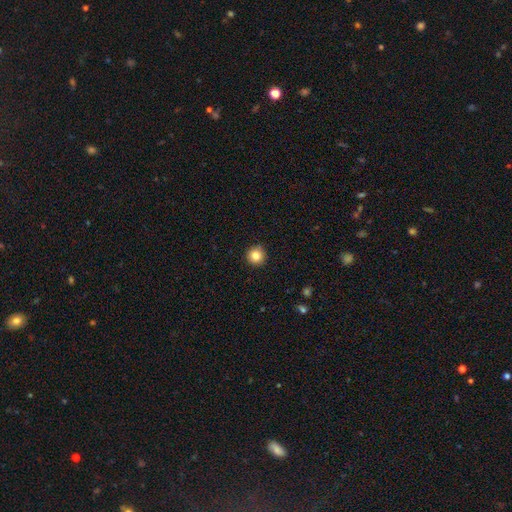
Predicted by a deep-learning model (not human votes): This is clearly a smooth galaxy (84%). How rounded: clearly round (95%). Merging: clearly none (92%).